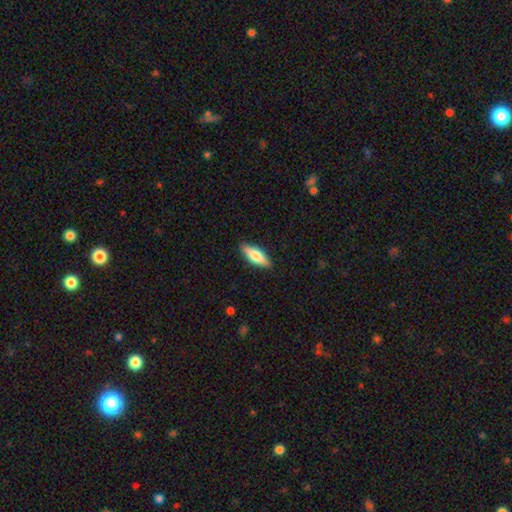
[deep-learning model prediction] smooth-or-featured: smooth: 62% | featured or disk: 32% | star or artifact: 6%
  how-rounded: in between: 56% | cigar-shaped: 42% | round: 2%
  merging: none: 88% | minor disturbance: 9% | major disturbance: 2% | merger: 1%